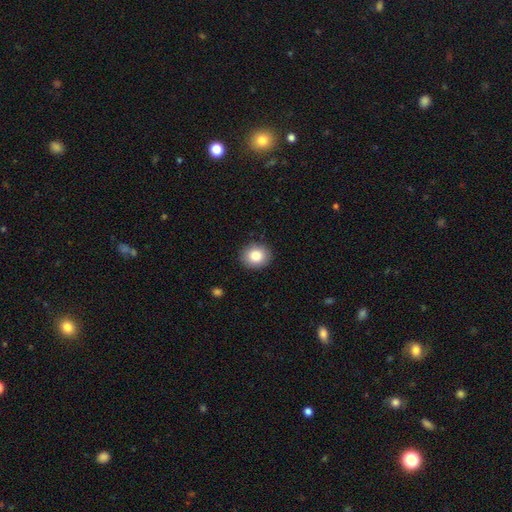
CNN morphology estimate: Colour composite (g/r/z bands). It shows a smooth galaxy with no disk features (85%) that is round (72%). Merging: none (90%).